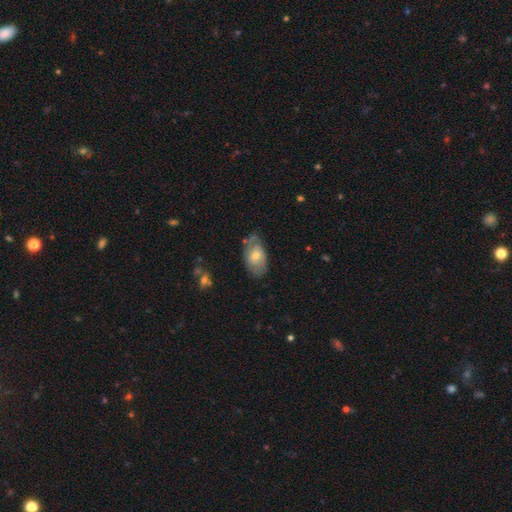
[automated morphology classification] Smooth or featured?
  - featured or disk: 47% *
  - smooth: 46%
  - star or artifact: 8%
Merging?
  - none: 61% *
  - minor disturbance: 27%
  - major disturbance: 8%
  - merger: 4%